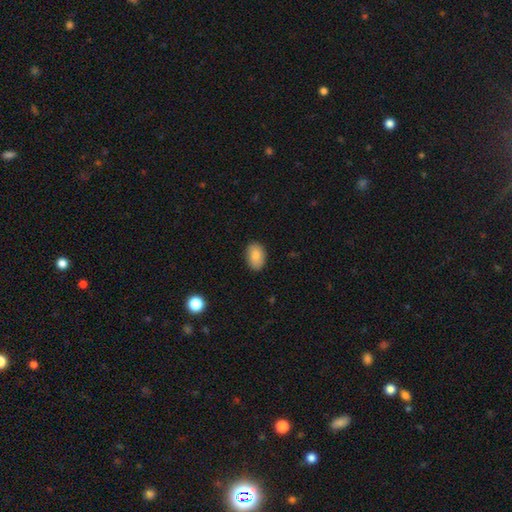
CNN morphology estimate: A smooth galaxy with no disk features (85%) that is in between round and cigar-shaped (85%).

Vote fractions:
- Smooth or featured? smooth: 85% / featured or disk: 8% / star or artifact: 7%
- How rounded? in between: 85% / round: 13% / cigar-shaped: 1%
- Merging? none: 87% / minor disturbance: 10% / major disturbance: 2% / merger: 1%